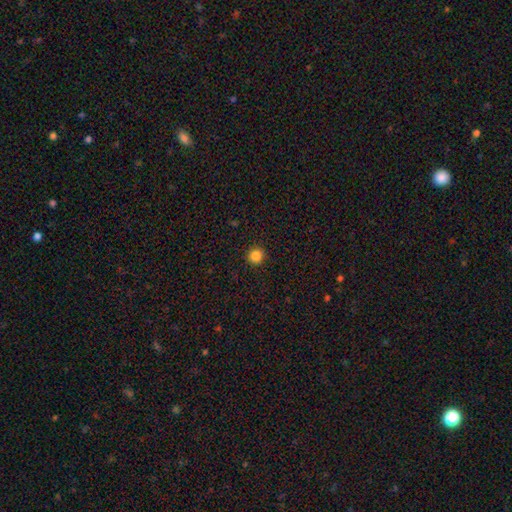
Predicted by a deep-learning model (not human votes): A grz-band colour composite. It shows a smooth galaxy with no disk features (85%) that is round (95%). Merging: none (93%).